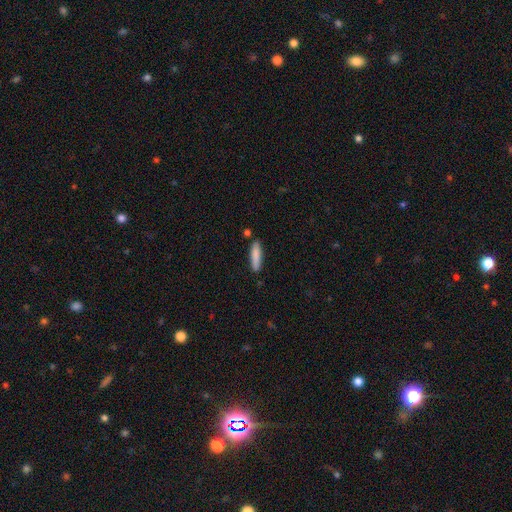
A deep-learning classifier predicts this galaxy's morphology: Smooth or featured? Predicted: smooth (p=0.84). How rounded? Predicted: cigar-shaped (p=0.79). Merging? Predicted: none (p=0.82).